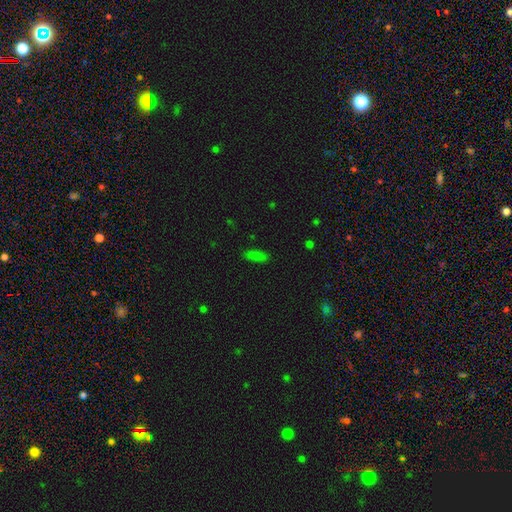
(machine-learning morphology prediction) Overall: smooth (83%). How rounded: in between (62%; cigar-shaped 35%). Merging: none (86%).